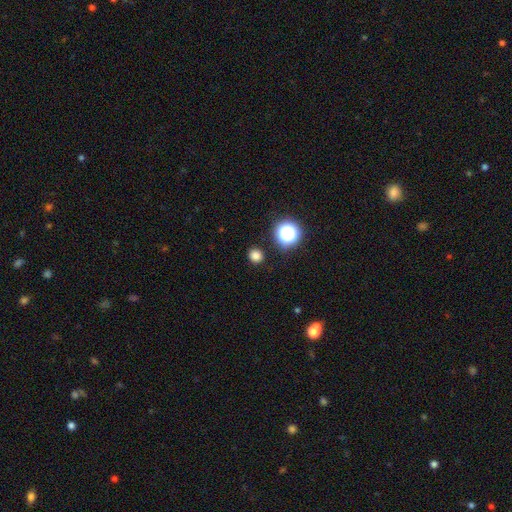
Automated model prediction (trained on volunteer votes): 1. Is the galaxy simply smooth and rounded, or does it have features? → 79% smooth, 17% star or artifact, 4% featured or disk.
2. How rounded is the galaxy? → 88% round, 11% in between, 1% cigar-shaped.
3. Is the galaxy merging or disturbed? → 91% none, 6% minor disturbance, 2% major disturbance, 2% merger.